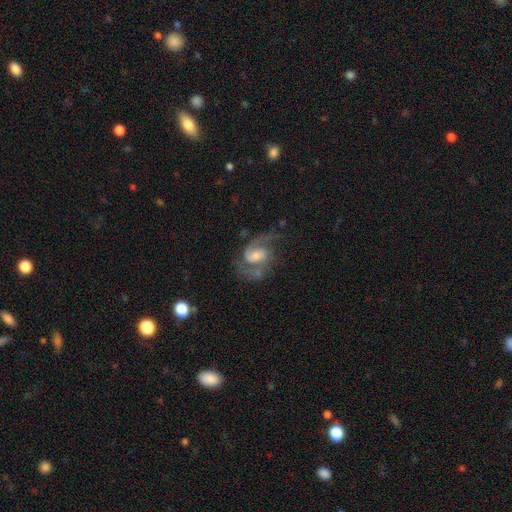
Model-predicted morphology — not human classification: A featured or disk galaxy (84%) with no bar (46%), 2 (82%) medium (55%) spiral arms (95%) and a moderate central bulge (45%). Merging: none (56%).